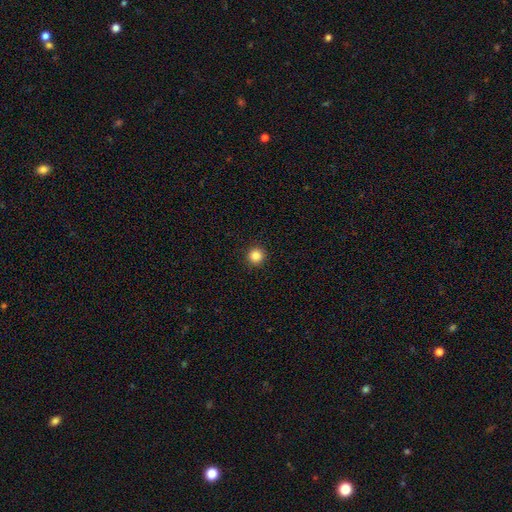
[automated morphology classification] A smooth galaxy with no disk features (86%) that is round (96%). Merging: none (93%).